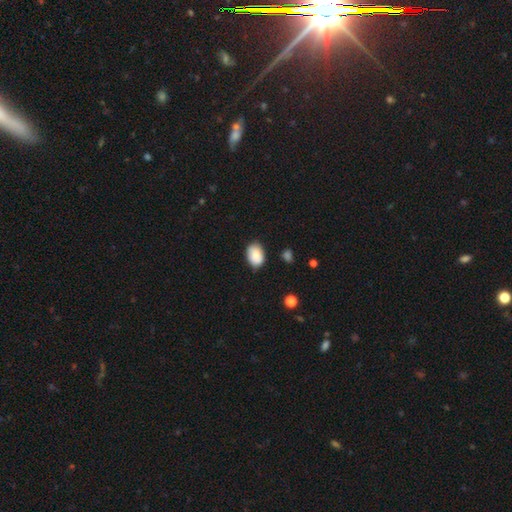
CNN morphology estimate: Smooth or featured?
  - smooth: 79% *
  - featured or disk: 13%
  - star or artifact: 8%
How rounded?
  - in between: 78% *
  - round: 21%
  - cigar-shaped: 1%
Merging?
  - none: 74% *
  - minor disturbance: 20%
  - major disturbance: 3%
  - merger: 2%